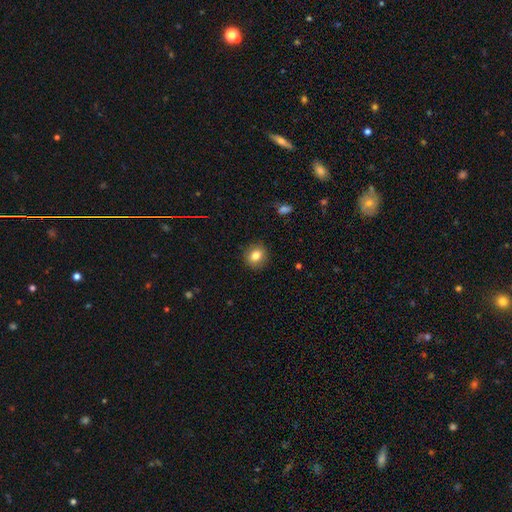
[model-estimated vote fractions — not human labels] smooth_or_featured: smooth (p=0.81) [alt: star or artifact p=0.10]
how_rounded: round (p=0.76) [alt: in between p=0.23]
merging: none (p=0.89) [alt: minor disturbance p=0.08]